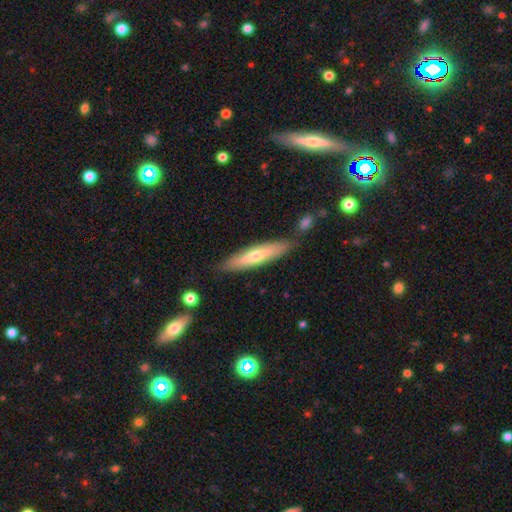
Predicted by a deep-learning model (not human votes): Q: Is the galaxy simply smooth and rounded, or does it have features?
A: smooth — 52%.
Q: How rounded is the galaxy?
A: cigar-shaped — 82%.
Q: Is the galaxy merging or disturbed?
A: none — 80%.